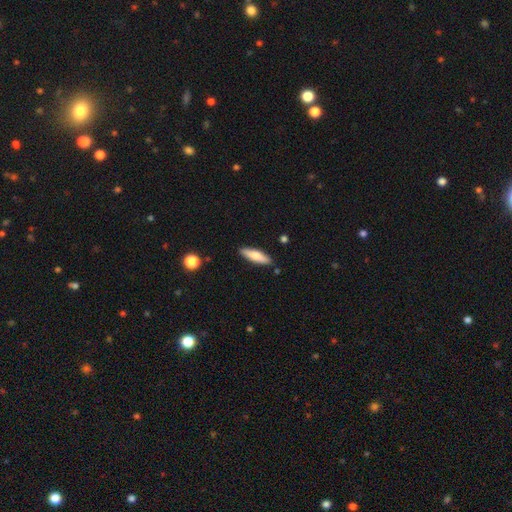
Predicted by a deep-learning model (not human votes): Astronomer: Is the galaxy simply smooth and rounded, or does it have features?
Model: smooth — 70%.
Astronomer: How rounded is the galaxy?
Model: cigar-shaped — 63%.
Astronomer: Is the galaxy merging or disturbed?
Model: none — 87%.